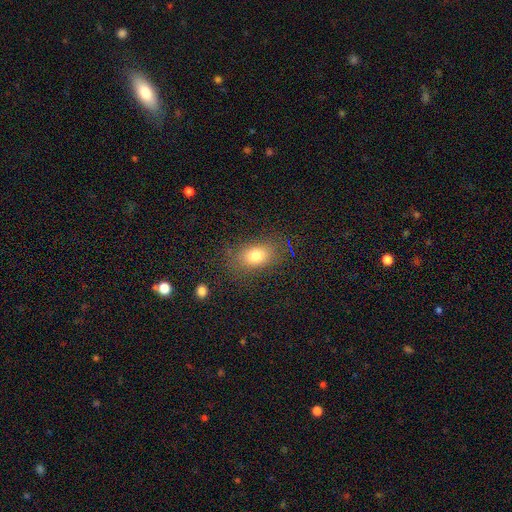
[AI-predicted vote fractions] The model was most divided on "how rounded": in between: 76%, round: 21%, cigar-shaped: 2%. More confident: merging — none (80%); smooth or featured — smooth (77%).